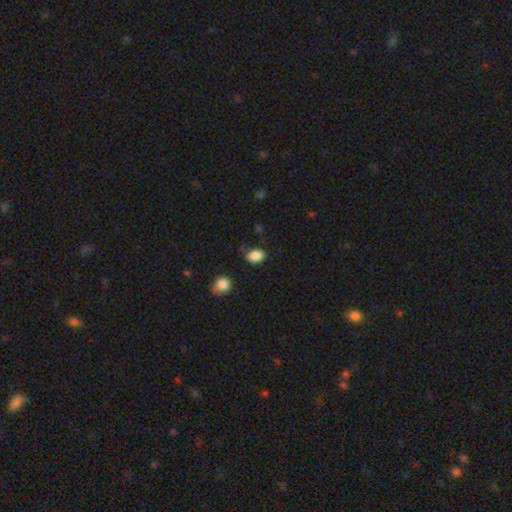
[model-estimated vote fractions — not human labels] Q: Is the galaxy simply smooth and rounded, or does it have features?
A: smooth — 86%.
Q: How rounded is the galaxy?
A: in between — 78%.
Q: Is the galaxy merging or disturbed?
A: none — 75%.